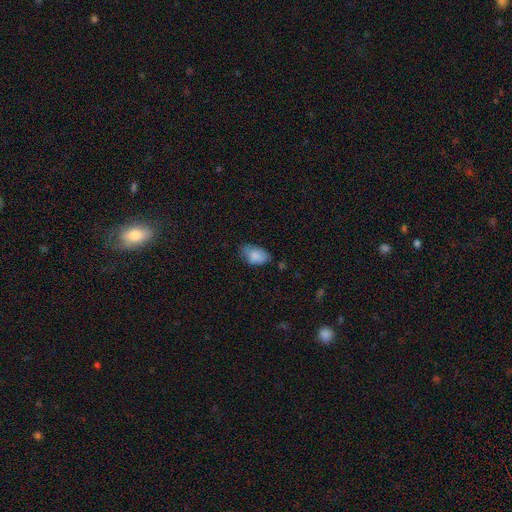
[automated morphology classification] Smooth or featured?
  - smooth: 84% *
  - featured or disk: 9%
  - star or artifact: 7%
How rounded?
  - in between: 90% *
  - round: 8%
  - cigar-shaped: 1%
Merging?
  - none: 56% *
  - minor disturbance: 34%
  - major disturbance: 7%
  - merger: 2%